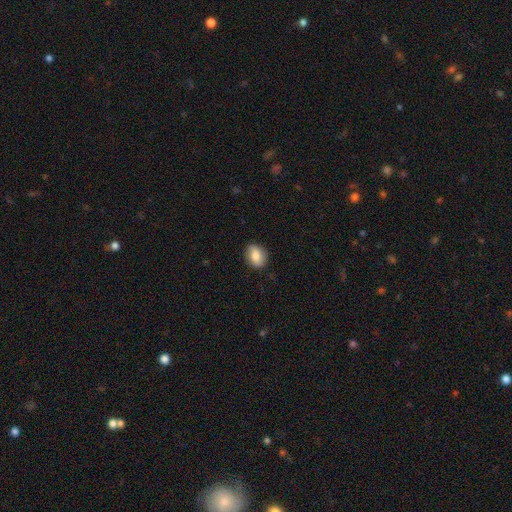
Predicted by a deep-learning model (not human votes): Smooth or featured? Predicted: smooth (p=0.77). How rounded? Predicted: in between (p=0.64). Merging? Predicted: none (p=0.84).